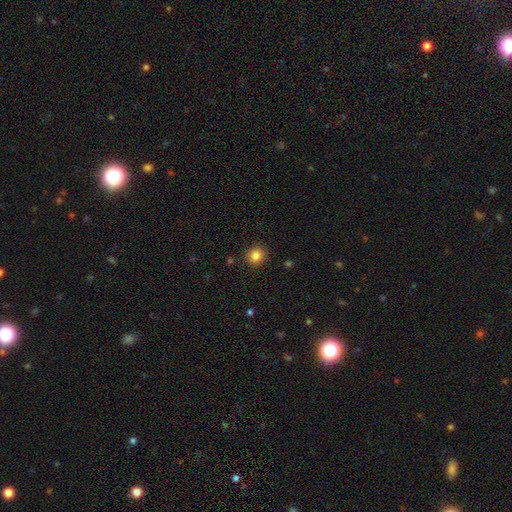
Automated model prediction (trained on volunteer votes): This appears to be a smooth galaxy with no disk features (84%) that is round (87%). Merging: none (90%).